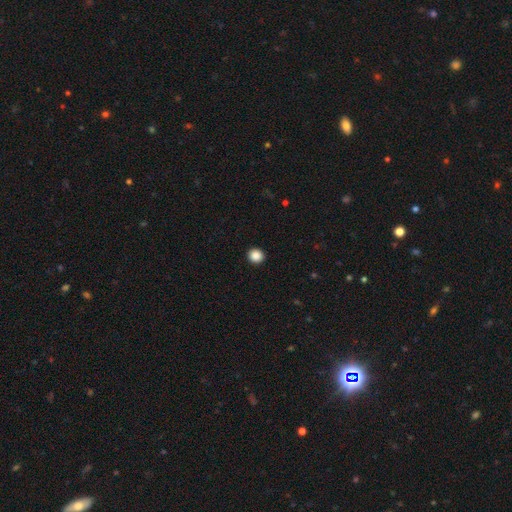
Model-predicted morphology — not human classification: Smooth or featured? Predicted: smooth (p=0.88). How rounded? Predicted: round (p=0.90). Merging? Predicted: none (p=0.93).